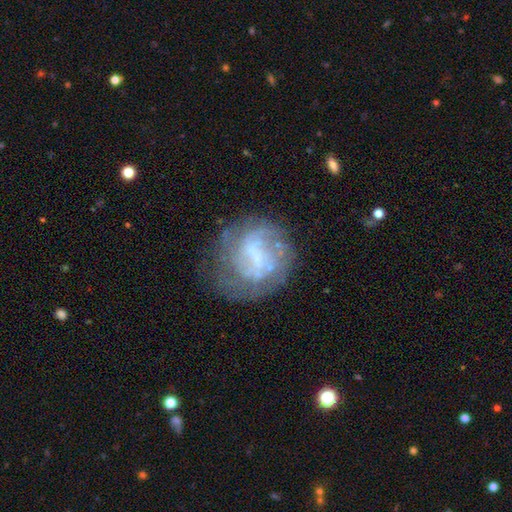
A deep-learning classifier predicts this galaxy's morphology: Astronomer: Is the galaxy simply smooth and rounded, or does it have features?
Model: featured or disk — 68%.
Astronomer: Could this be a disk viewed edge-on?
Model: no — 98%.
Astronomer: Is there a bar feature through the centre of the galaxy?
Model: weak — 41% (runner-up: no, 39%).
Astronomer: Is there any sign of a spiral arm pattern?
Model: yes — 64%.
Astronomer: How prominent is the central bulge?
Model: none — 53%.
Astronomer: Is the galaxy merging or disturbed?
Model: none — 59%.